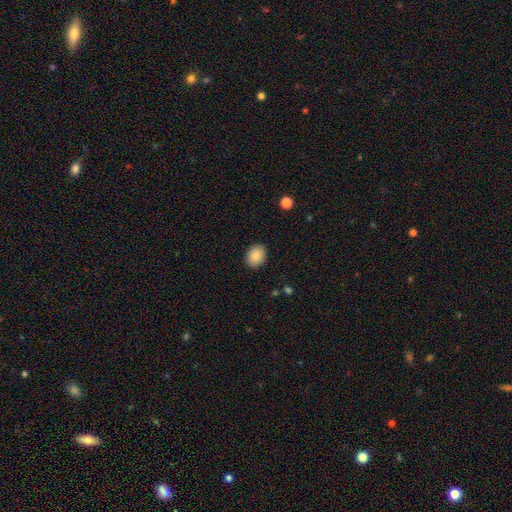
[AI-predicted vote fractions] Overall: smooth (88%). How rounded: in between (64%; round 35%). Merging: none (89%).